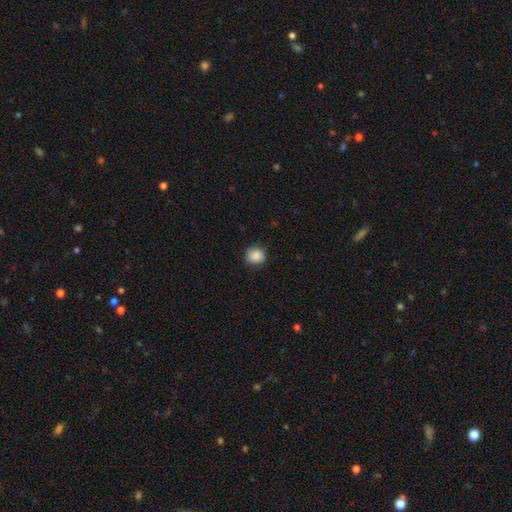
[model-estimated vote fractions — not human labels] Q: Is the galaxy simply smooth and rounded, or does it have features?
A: smooth — 88%.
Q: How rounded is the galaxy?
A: round — 89%.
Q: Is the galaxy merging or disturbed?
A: none — 88%.